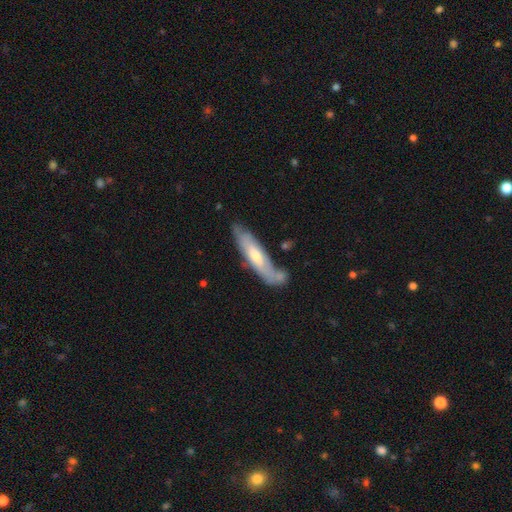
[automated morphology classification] Smooth or featured?
  - featured or disk: 49% *
  - smooth: 46%
  - star or artifact: 6%
Merging?
  - none: 59% *
  - minor disturbance: 22%
  - merger: 11%
  - major disturbance: 7%